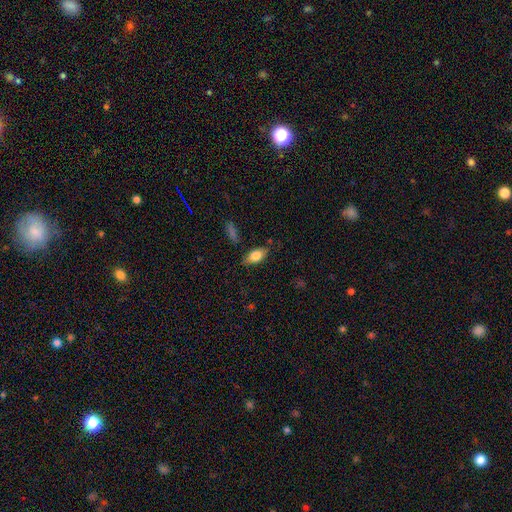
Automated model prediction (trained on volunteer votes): Smooth or featured? Predicted: smooth (p=0.78). How rounded? Predicted: in between (p=0.88). Merging? Predicted: none (p=0.77).